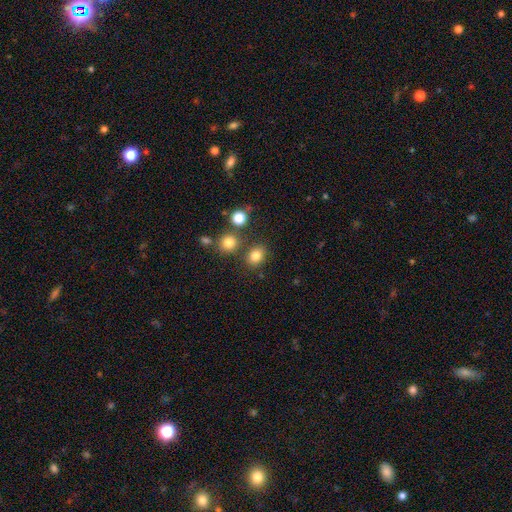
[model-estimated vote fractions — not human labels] smooth_or_featured: smooth (p=0.81) [alt: star or artifact p=0.13]
how_rounded: round (p=0.51) [alt: in between p=0.48]
merging: none (p=0.76) [alt: merger p=0.11]